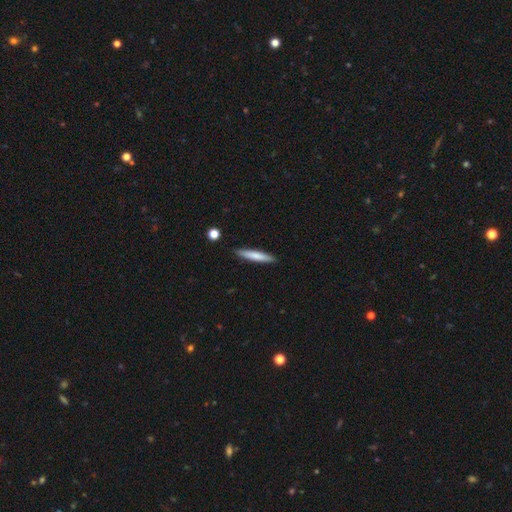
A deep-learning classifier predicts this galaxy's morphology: smooth_or_featured: smooth (p=0.70) [alt: featured or disk p=0.24]
how_rounded: cigar-shaped (p=0.92) [alt: in between p=0.07]
merging: none (p=0.89) [alt: minor disturbance p=0.07]